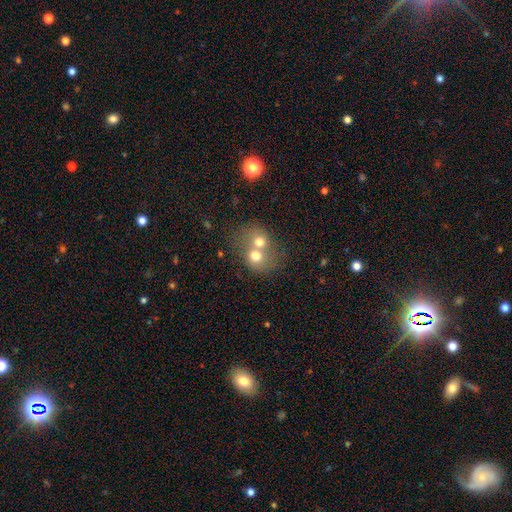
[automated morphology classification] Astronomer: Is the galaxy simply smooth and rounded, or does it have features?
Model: smooth — 67%.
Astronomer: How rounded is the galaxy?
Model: round — 64%.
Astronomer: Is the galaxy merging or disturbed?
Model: merger — 70%.